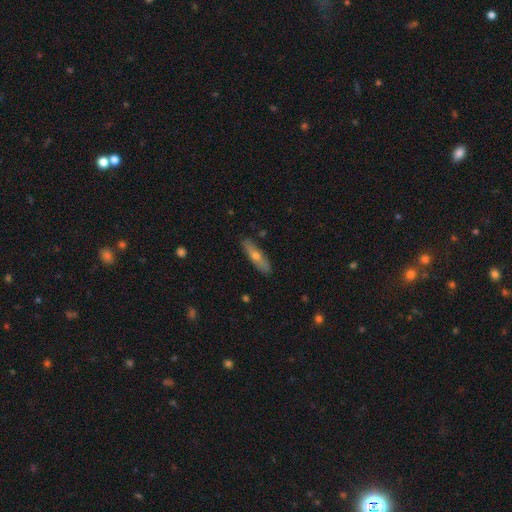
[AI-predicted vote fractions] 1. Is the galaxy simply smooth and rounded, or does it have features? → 49% smooth, 45% featured or disk, 7% star or artifact.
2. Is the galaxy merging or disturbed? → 87% none, 10% minor disturbance, 2% major disturbance, 1% merger.